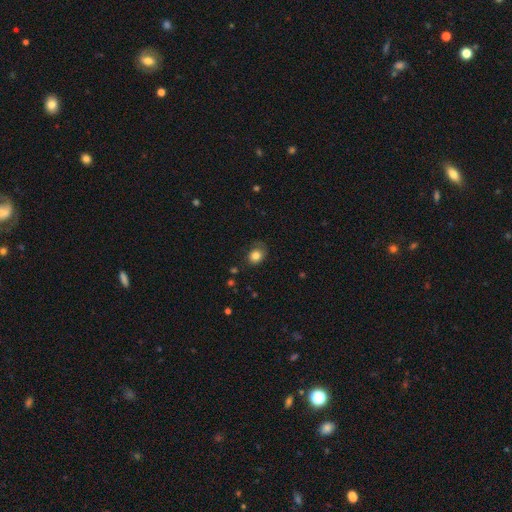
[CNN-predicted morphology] Overall: smooth (82%). How rounded: round (50%; in between 49%). Merging: none (69%).